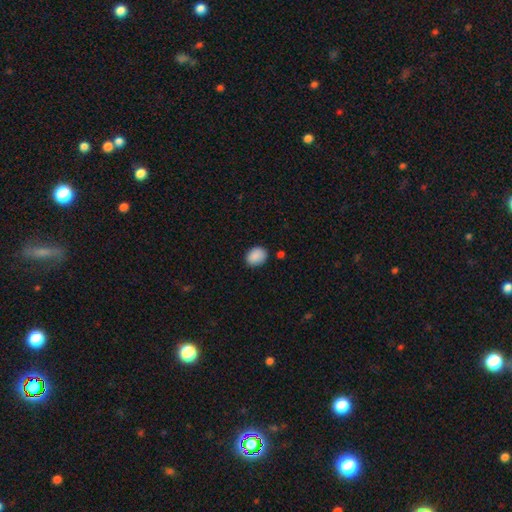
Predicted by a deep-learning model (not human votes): smooth_or_featured: smooth (p=0.89) [alt: star or artifact p=0.08]
how_rounded: in between (p=0.59) [alt: round p=0.40]
merging: none (p=0.81) [alt: minor disturbance p=0.14]